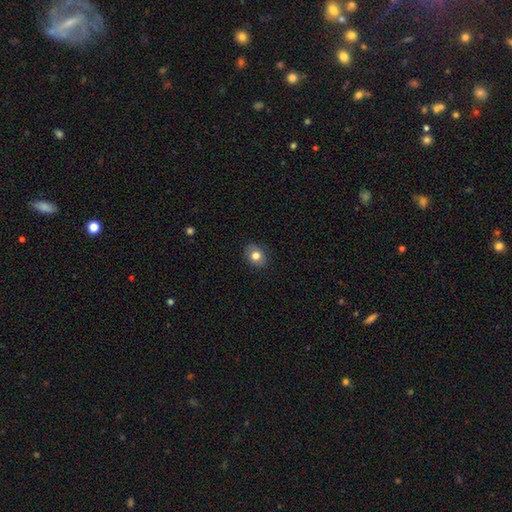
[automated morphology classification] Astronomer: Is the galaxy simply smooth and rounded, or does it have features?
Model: smooth — 79%.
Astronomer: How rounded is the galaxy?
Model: in between — 55% (runner-up: round, 44%).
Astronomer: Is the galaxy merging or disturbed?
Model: none — 86%.